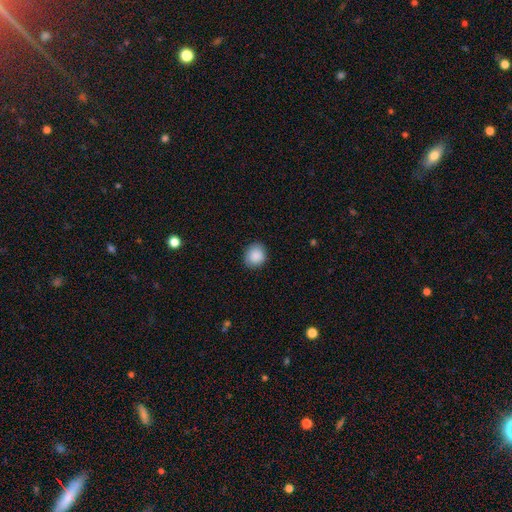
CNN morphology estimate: Smooth or featured? Predicted: smooth (p=0.89). How rounded? Predicted: round (p=0.76). Merging? Predicted: none (p=0.86).